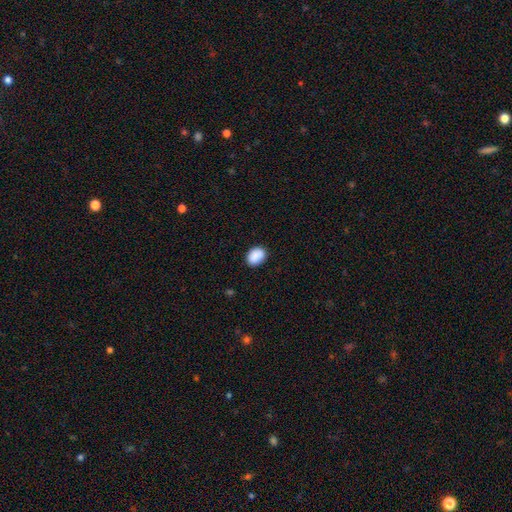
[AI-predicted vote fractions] This appears to be a smooth galaxy with no disk features (90%) that is in between round and cigar-shaped (64%). Merging: none (87%).